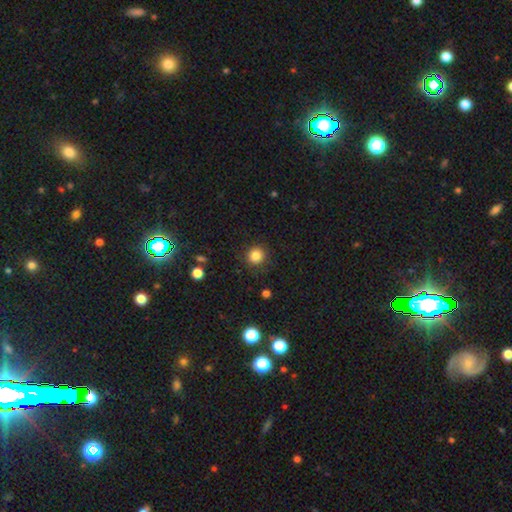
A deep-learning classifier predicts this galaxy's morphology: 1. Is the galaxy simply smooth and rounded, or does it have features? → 84% smooth, 11% star or artifact, 4% featured or disk.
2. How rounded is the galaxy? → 92% round, 7% in between, 1% cigar-shaped.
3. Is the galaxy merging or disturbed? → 88% none, 8% minor disturbance, 3% major disturbance, 1% merger.